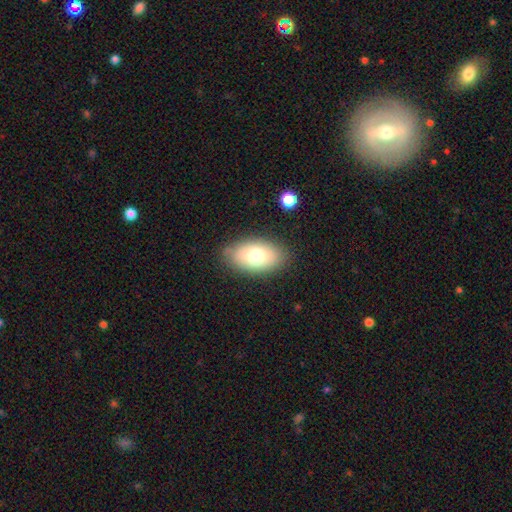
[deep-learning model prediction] Smooth or featured? Predicted: smooth (p=0.71). How rounded? Predicted: in between (p=0.90). Merging? Predicted: none (p=0.80).